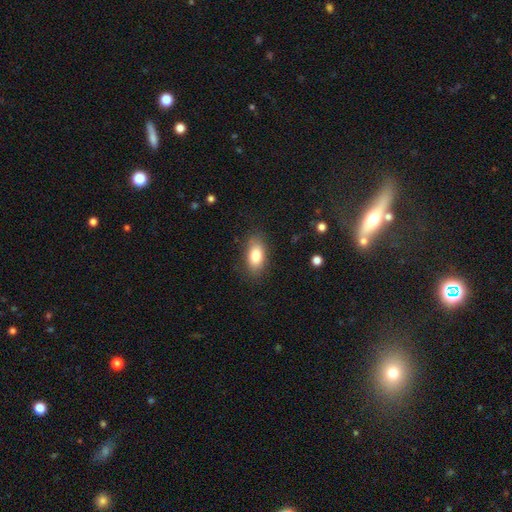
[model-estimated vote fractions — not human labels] smooth 80%, featured or disk 13%, star or artifact 7%. Down the decision tree: how rounded — in between (89%); merging — none (83%).